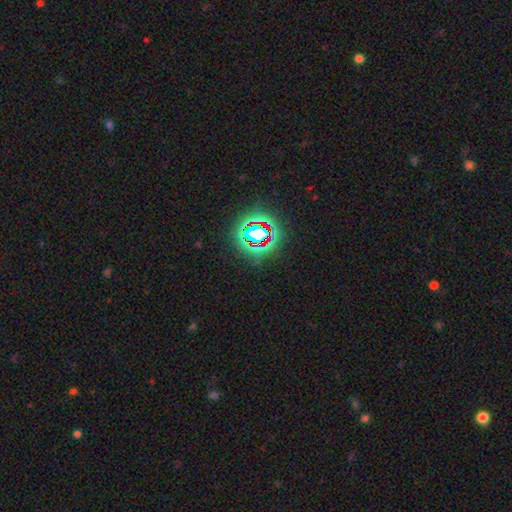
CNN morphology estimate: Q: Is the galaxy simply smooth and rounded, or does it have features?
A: star or artifact — 77%.